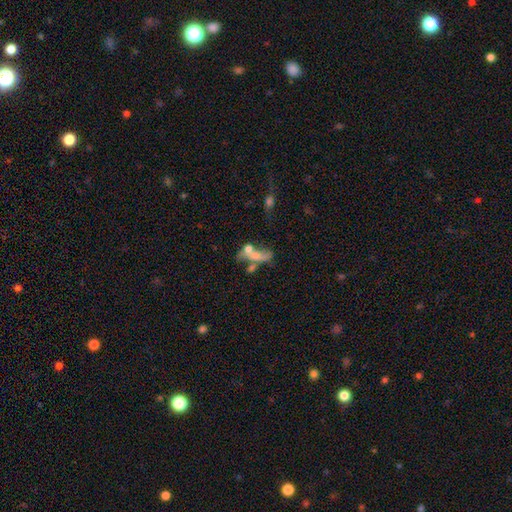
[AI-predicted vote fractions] smooth_or_featured: smooth (p=0.52) [alt: featured or disk p=0.35]
how_rounded: in between (p=0.63) [alt: cigar-shaped p=0.26]
merging: merger (p=0.47) [alt: none p=0.21]